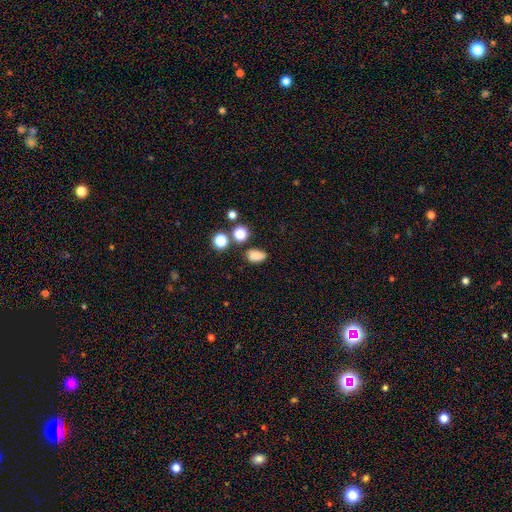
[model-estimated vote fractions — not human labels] Overall: smooth (81%). How rounded: in between (85%). Merging: none (74%).